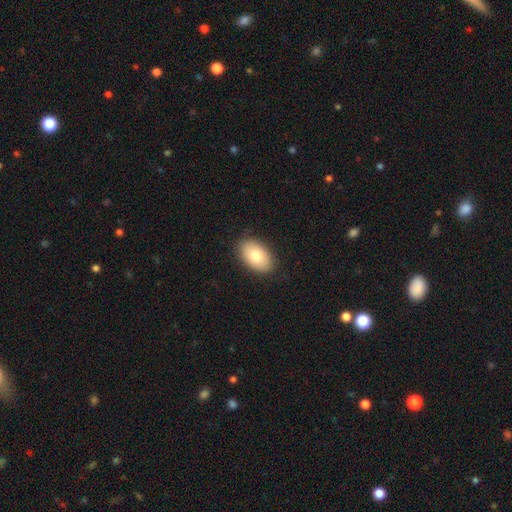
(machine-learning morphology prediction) Smooth or featured?
  - smooth: 79% *
  - featured or disk: 14%
  - star or artifact: 7%
How rounded?
  - in between: 91% *
  - round: 8%
  - cigar-shaped: 1%
Merging?
  - none: 88% *
  - minor disturbance: 9%
  - major disturbance: 2%
  - merger: 1%